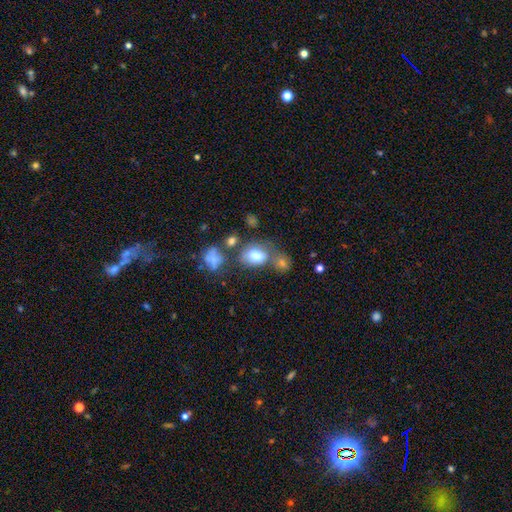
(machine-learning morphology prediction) This appears to be a smooth galaxy with no disk features (77%) that is in between round and cigar-shaped (76%). Merging: none (41%).